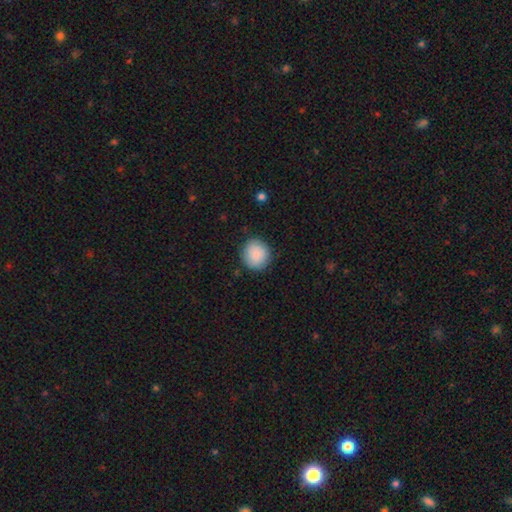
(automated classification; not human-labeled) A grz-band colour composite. It shows a smooth galaxy with no disk features (88%) that is round (87%). Merging: none (87%).